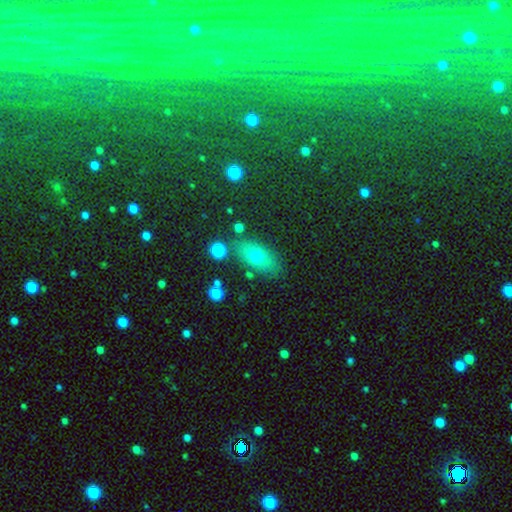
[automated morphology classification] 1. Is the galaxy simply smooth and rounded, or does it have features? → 68% smooth, 19% featured or disk, 13% star or artifact.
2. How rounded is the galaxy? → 77% in between, 15% round, 8% cigar-shaped.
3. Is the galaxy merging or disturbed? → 77% none, 14% minor disturbance, 5% merger, 5% major disturbance.